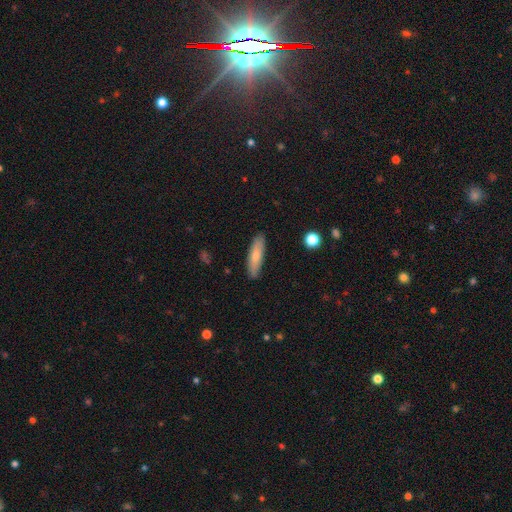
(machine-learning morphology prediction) A smooth galaxy with no disk features (72%) that is cigar-shaped (68%). Merging: none (88%).